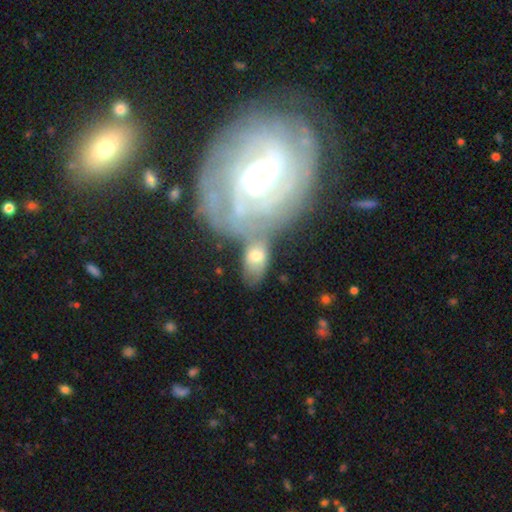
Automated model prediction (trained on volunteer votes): This is possibly a smooth galaxy (47%). Merging: marginally merger (37%).